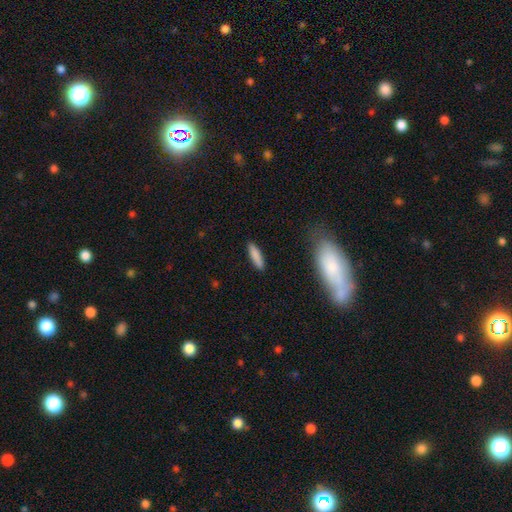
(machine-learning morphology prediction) Smooth or featured? Predicted: smooth (p=0.86). How rounded? Predicted: cigar-shaped (p=0.68). Merging? Predicted: none (p=0.88).